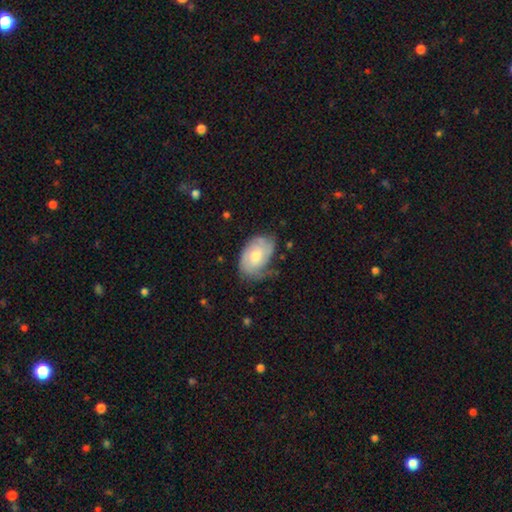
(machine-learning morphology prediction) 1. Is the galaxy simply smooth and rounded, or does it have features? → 56% featured or disk, 38% smooth, 6% star or artifact.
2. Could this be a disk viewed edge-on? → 96% no, 4% yes.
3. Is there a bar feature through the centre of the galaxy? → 78% no, 19% weak, 2% strong.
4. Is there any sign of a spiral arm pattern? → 83% yes, 17% no.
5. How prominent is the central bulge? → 59% moderate, 31% small, 6% large, 2% none, 1% dominant.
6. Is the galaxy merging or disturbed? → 58% none, 29% minor disturbance, 11% major disturbance, 2% merger.